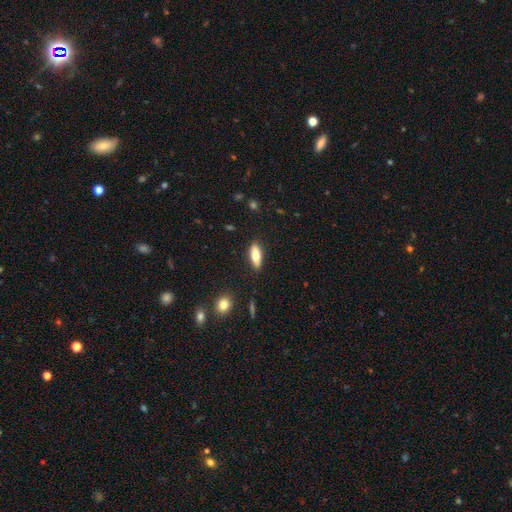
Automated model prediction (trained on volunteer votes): Smooth or featured: smooth — 70% (featured or disk — 24%)
How rounded: in between — 61% (cigar-shaped — 37%)
Merging: none — 87% (minor disturbance — 9%)